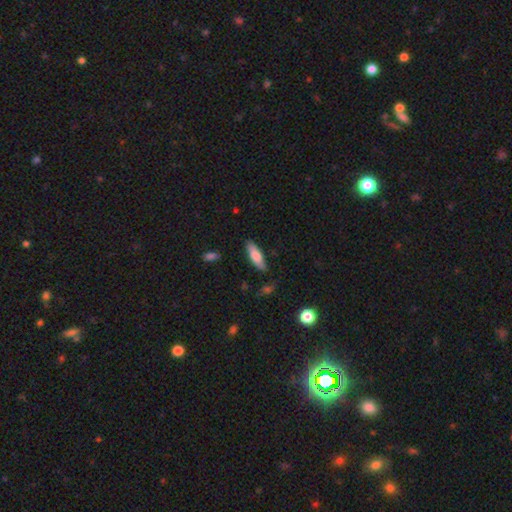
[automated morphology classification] This appears to be a smooth galaxy with no disk features (75%) that is in between round and cigar-shaped (49%, tied with cigar-shaped). Merging: none (82%).